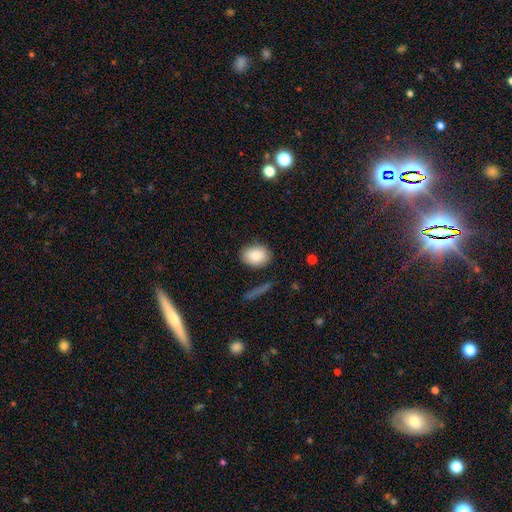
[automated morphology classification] A smooth galaxy with no disk features (85%) that is in between round and cigar-shaped (66%).

Vote fractions:
- Smooth or featured? smooth: 85% / featured or disk: 8% / star or artifact: 7%
- How rounded? in between: 66% / round: 33% / cigar-shaped: 1%
- Merging? none: 81% / minor disturbance: 13% / major disturbance: 3% / merger: 2%